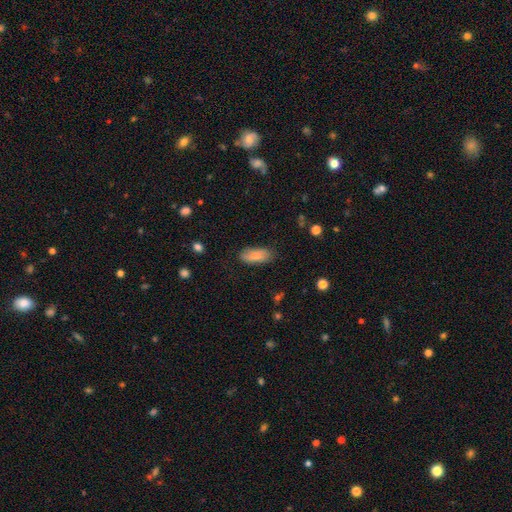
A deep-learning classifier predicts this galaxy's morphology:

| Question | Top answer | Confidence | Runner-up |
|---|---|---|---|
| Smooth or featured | smooth | 84% | featured or disk (10%) |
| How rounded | in between | 82% | cigar-shaped (16%) |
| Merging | none | 80% | minor disturbance (15%) |